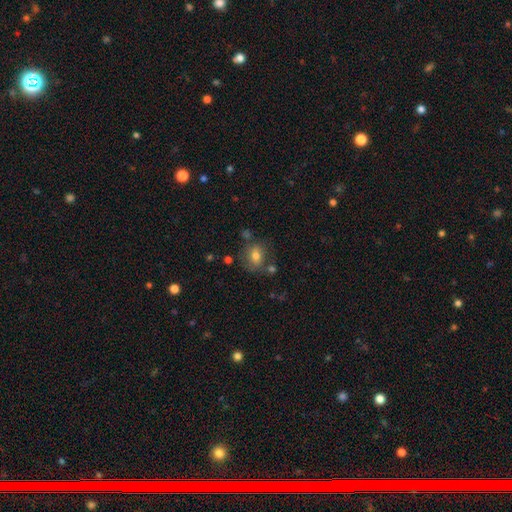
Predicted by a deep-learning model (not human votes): Smooth or featured? Predicted: smooth (p=0.73). How rounded? Predicted: round (p=0.56). Merging? Predicted: none (p=0.67).